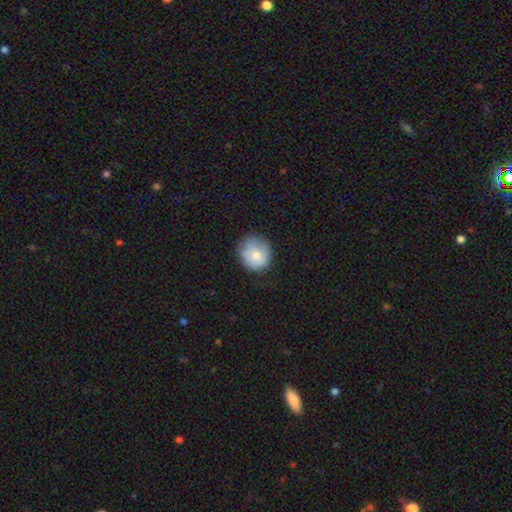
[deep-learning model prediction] Smooth or featured? Predicted: smooth (p=0.70). How rounded? Predicted: round (p=0.83). Merging? Predicted: none (p=0.66).